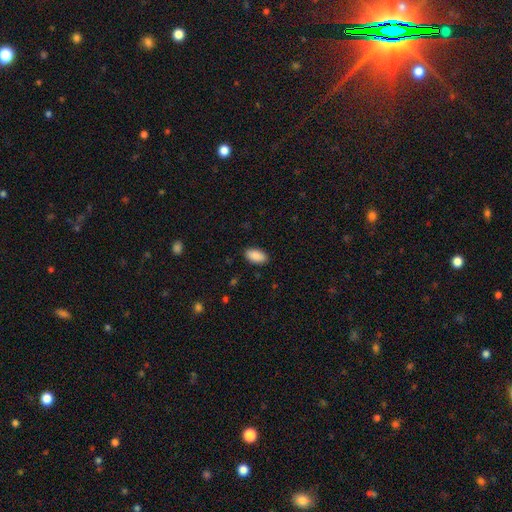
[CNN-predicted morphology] Smooth or featured?
  - smooth: 91% *
  - star or artifact: 7%
  - featured or disk: 3%
How rounded?
  - in between: 95% *
  - round: 3%
  - cigar-shaped: 2%
Merging?
  - none: 89% *
  - minor disturbance: 8%
  - major disturbance: 2%
  - merger: 1%